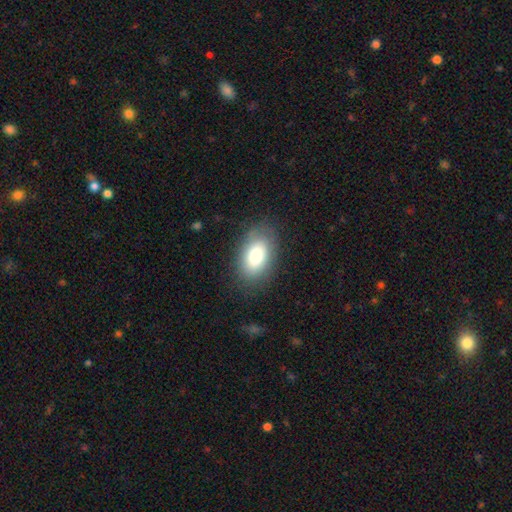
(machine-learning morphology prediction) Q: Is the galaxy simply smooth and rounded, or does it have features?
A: smooth — 84%.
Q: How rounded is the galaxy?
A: in between — 94%.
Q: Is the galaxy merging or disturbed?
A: none — 83%.